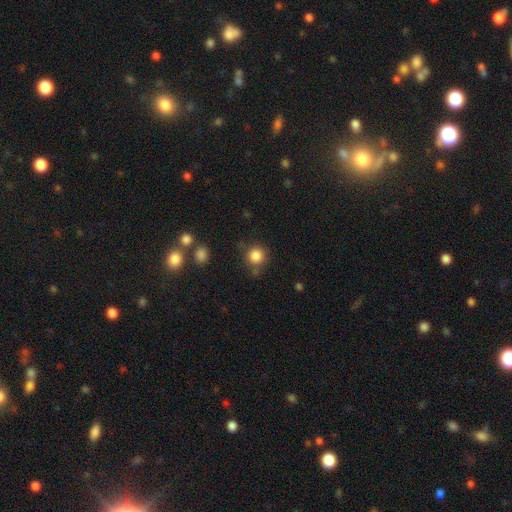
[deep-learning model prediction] A smooth galaxy with no disk features (85%) that is round (92%). Merging: none (75%).